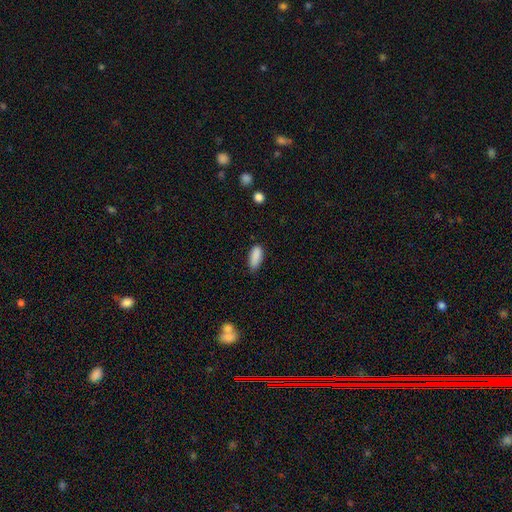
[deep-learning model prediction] A smooth galaxy with no disk features (89%) that is in between round and cigar-shaped (82%). Merging: none (73%).